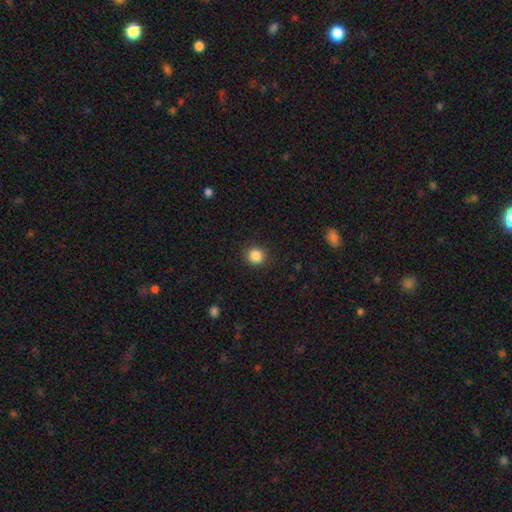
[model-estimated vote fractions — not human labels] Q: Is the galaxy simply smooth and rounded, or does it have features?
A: smooth — 86%.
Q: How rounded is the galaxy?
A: round — 91%.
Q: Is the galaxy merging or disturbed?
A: none — 90%.